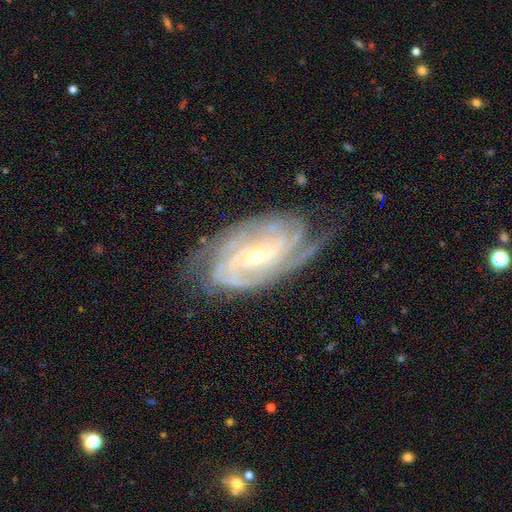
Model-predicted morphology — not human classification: Overall: featured or disk (91%). Edge-on disk: no (95%). Bar: no (45%; weak 35%). Spiral arms: yes (98%). Spiral arm count: 3 (26%; 2 22%). Spiral winding: tight (70%). Bulge size: small (67%; moderate 30%). Merging: none (72%).